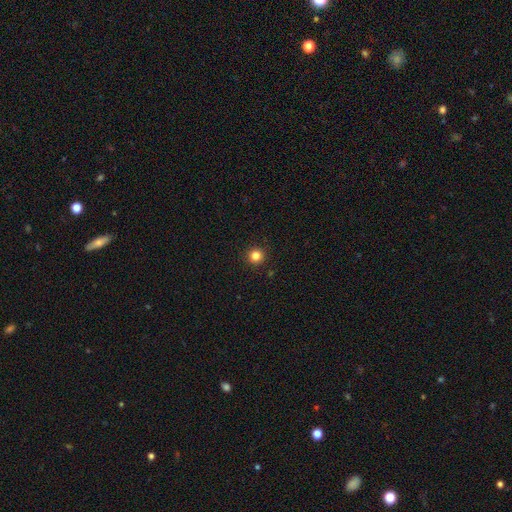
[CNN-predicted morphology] Overall: smooth (83%). How rounded: round (95%). Merging: none (93%).